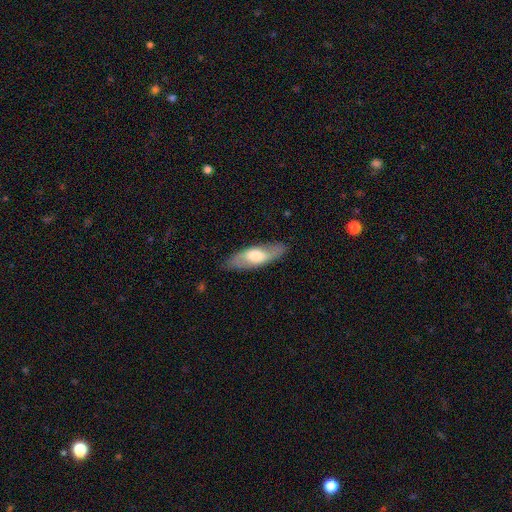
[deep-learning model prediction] Morphology: type=smooth (50%); merging=none (83%).